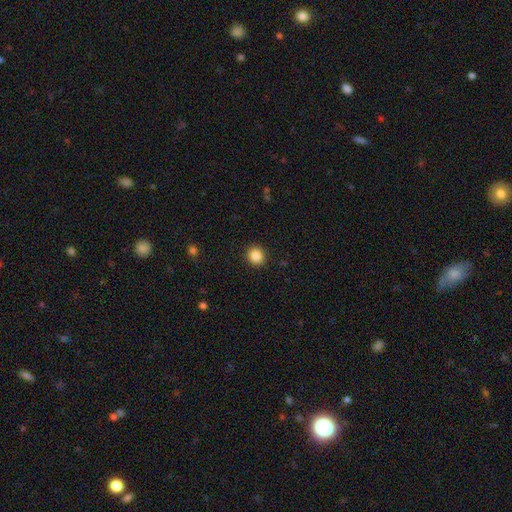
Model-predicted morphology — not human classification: This appears to be a smooth galaxy with no disk features (87%) that is round (82%). Merging: none (91%).